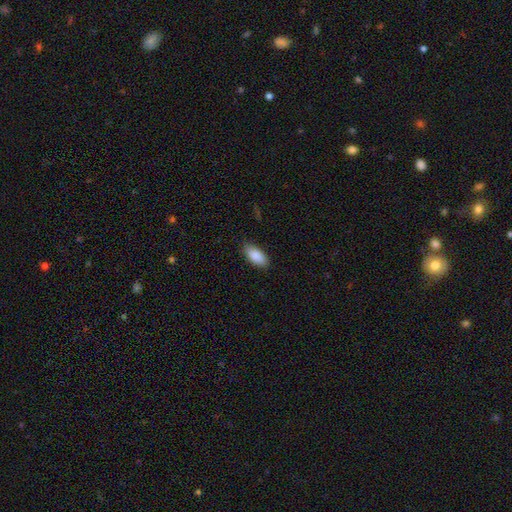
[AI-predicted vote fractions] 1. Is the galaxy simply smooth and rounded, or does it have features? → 89% smooth, 6% star or artifact, 5% featured or disk.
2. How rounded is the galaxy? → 91% in between, 7% cigar-shaped, 2% round.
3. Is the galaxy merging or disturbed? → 87% none, 10% minor disturbance, 2% major disturbance, 1% merger.